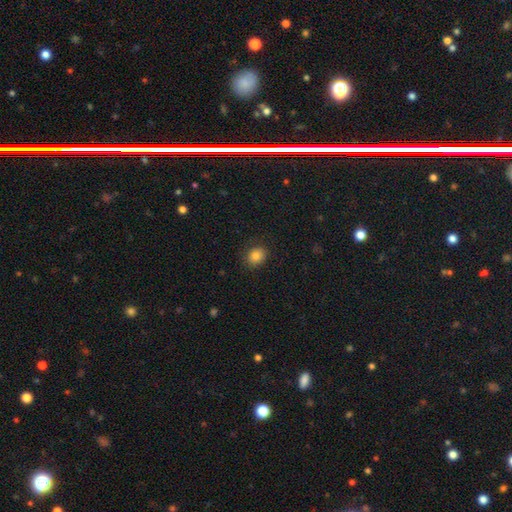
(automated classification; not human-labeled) Q: Smooth or featured?
A: smooth (83%); runner-up: star or artifact (10%)
Q: How rounded?
A: round (62%); runner-up: in between (37%)
Q: Merging?
A: none (85%); runner-up: minor disturbance (11%)